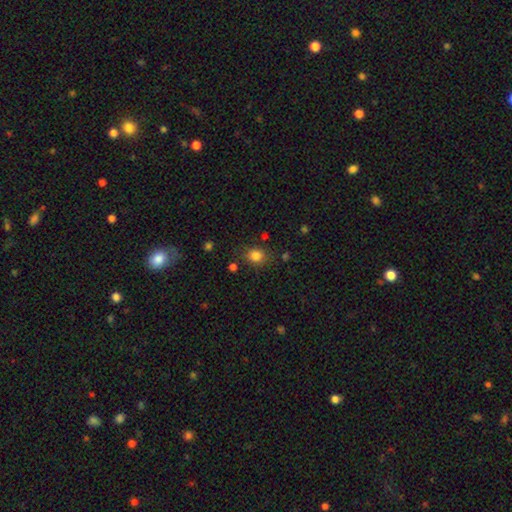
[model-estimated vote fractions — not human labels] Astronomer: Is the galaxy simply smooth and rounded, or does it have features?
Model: smooth — 82%.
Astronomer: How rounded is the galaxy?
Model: round — 59% (runner-up: in between, 40%).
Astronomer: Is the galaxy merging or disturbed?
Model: none — 80%.